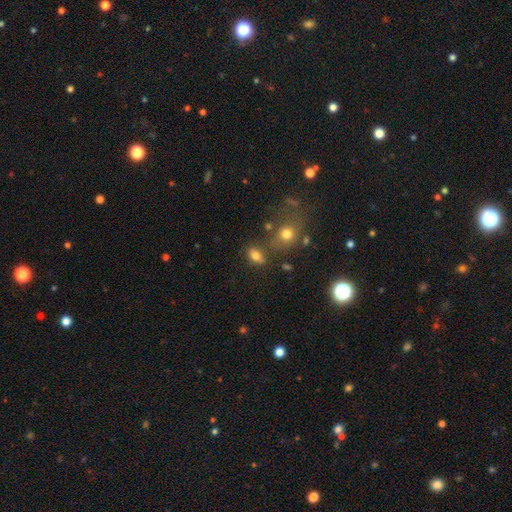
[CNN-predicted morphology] Smooth or featured?
  - smooth: 76% *
  - star or artifact: 12%
  - featured or disk: 12%
How rounded?
  - in between: 81% *
  - round: 12%
  - cigar-shaped: 7%
Merging?
  - none: 71% *
  - minor disturbance: 15%
  - merger: 9%
  - major disturbance: 5%